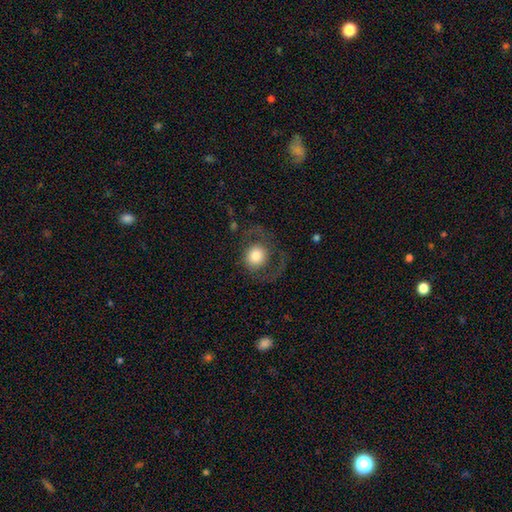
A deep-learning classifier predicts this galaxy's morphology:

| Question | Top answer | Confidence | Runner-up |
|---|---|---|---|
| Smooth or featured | smooth | 61% | featured or disk (31%) |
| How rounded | round | 83% | in between (16%) |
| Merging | none | 57% | major disturbance (26%) |